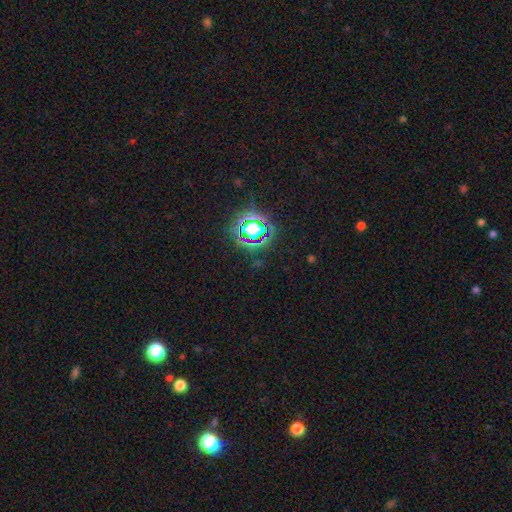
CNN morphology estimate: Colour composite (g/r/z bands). It shows a star or artifact, not a galaxy (77%).